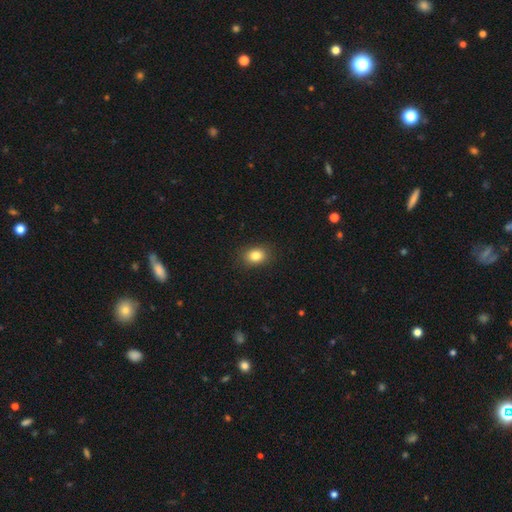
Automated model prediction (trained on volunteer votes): Smooth or featured? smooth (84%)
How rounded? in between (62%)
Merging? none (88%)